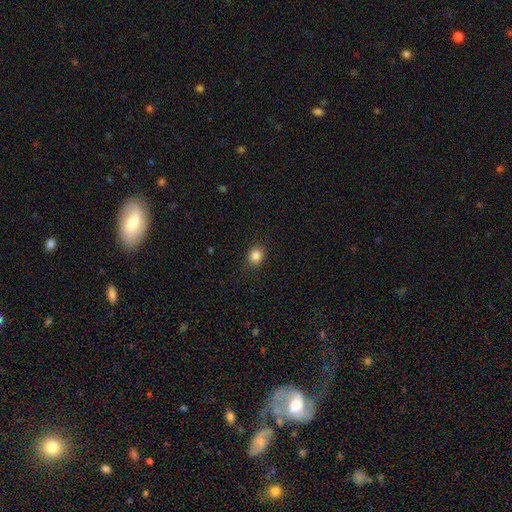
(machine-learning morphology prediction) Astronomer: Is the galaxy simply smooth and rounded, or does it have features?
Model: smooth — 85%.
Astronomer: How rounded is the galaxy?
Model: round — 66%.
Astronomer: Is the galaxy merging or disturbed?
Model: none — 88%.